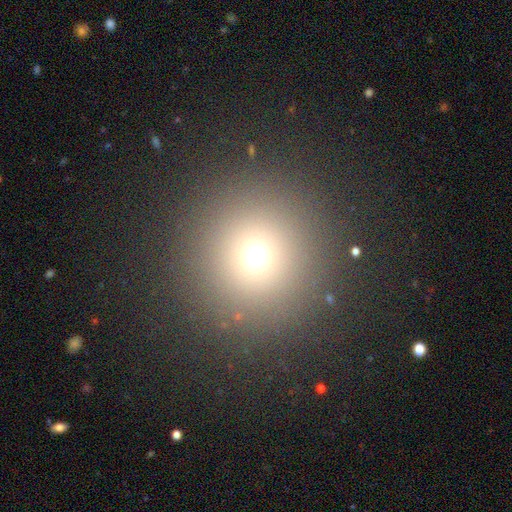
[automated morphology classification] This is likely a smooth galaxy (68%). How rounded: clearly round (96%). Merging: clearly none (90%).